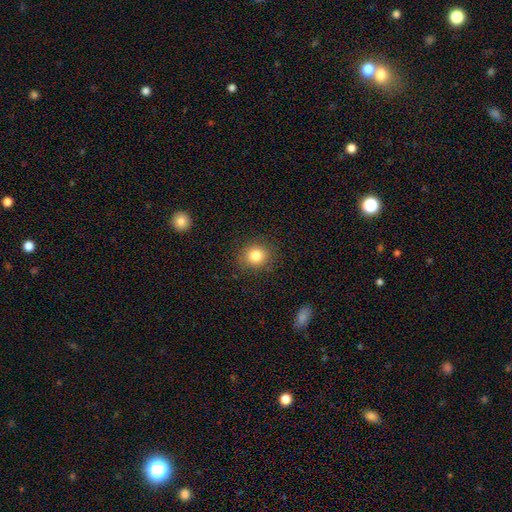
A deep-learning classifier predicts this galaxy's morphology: Overall: smooth (82%). How rounded: round (83%). Merging: none (87%).